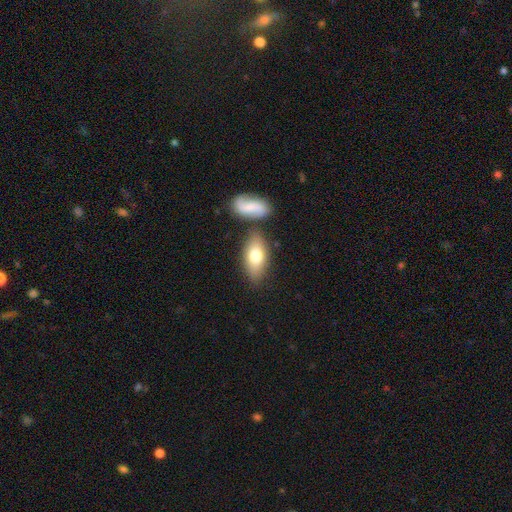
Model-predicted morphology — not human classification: Smooth or featured: smooth — 74% (featured or disk — 20%)
How rounded: in between — 86% (cigar-shaped — 10%)
Merging: none — 71% (minor disturbance — 13%)